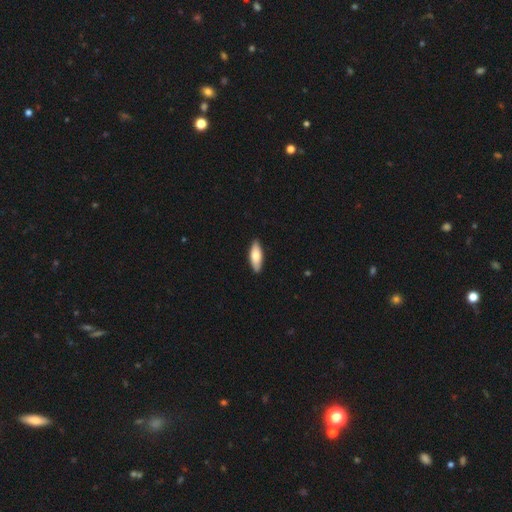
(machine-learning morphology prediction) The model was most divided on "how rounded": in between: 64%, cigar-shaped: 34%, round: 2%. More confident: merging — none (89%); smooth or featured — smooth (72%).